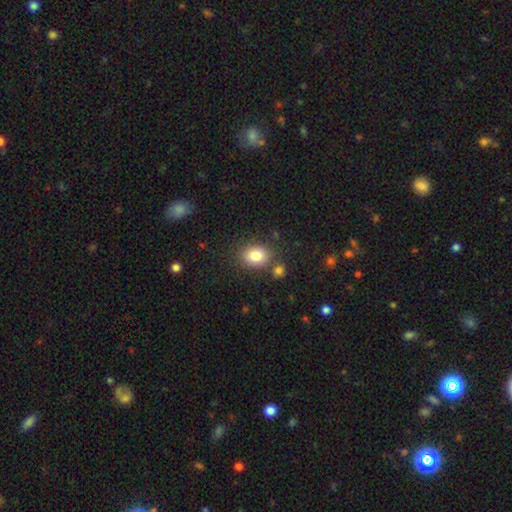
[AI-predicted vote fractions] A smooth galaxy with no disk features (83%) that is in between round and cigar-shaped (59%). Merging: none (76%).